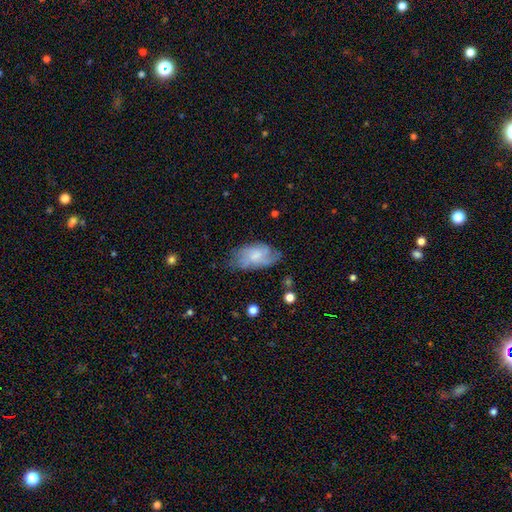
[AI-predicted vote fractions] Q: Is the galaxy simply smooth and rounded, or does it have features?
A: smooth — 47%.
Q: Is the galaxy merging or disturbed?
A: none — 60%.